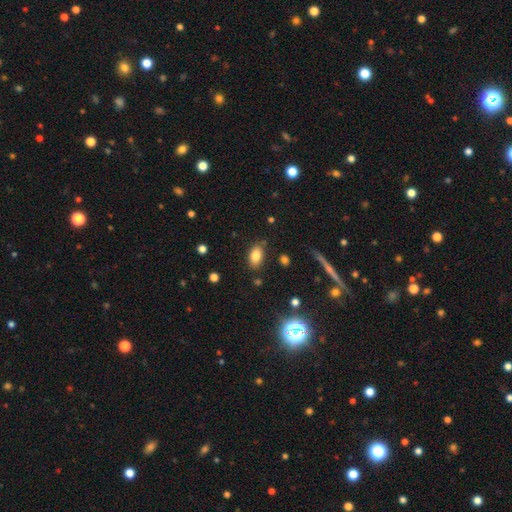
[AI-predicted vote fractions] smooth 81%, star or artifact 10%, featured or disk 9%. Down the decision tree: how rounded — in between (89%); merging — none (80%).